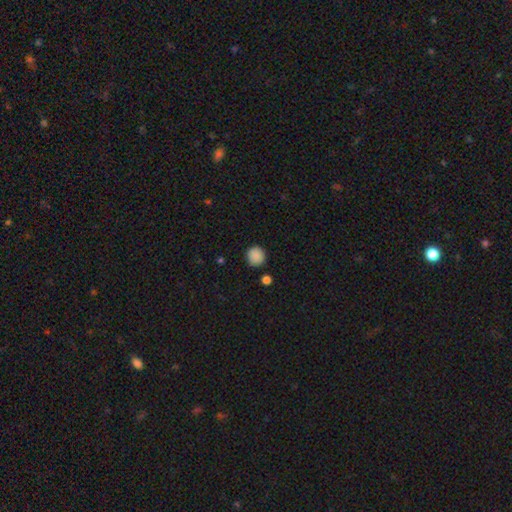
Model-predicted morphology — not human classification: Q: Smooth or featured?
A: smooth (88%); runner-up: star or artifact (9%)
Q: How rounded?
A: round (91%); runner-up: in between (8%)
Q: Merging?
A: none (87%); runner-up: minor disturbance (8%)